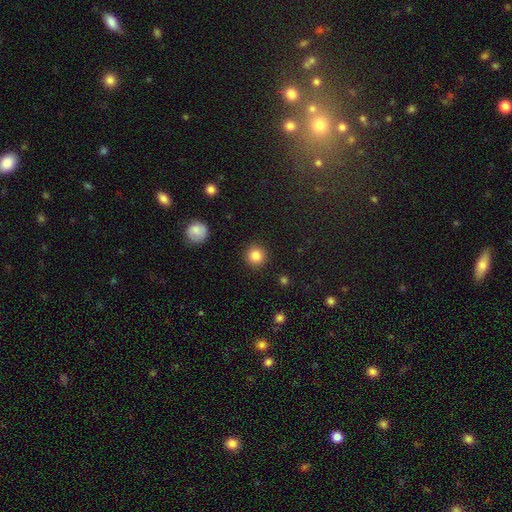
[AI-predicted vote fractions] The model was most divided on "smooth or featured": smooth: 85%, star or artifact: 10%, featured or disk: 5%. More confident: how rounded — round (95%); merging — none (92%).